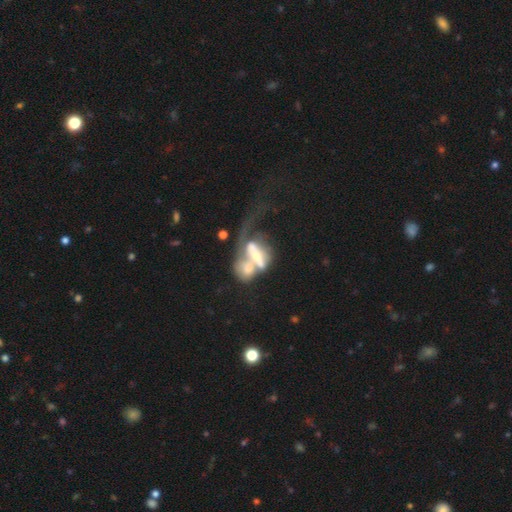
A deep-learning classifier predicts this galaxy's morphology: type=featured or disk (55%); edge-on=no (86%); merging=merger (65%).